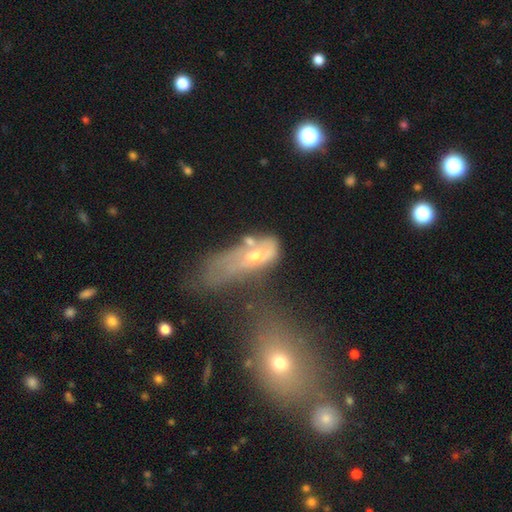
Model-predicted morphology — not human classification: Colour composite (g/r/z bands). It shows a featured or disk galaxy (51%). Merging: major disturbance (41%).